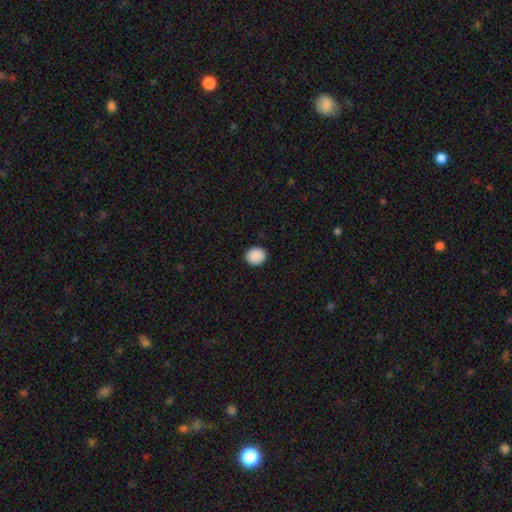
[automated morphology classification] type=smooth (90%); roundness=round (81%); merging=none (92%).